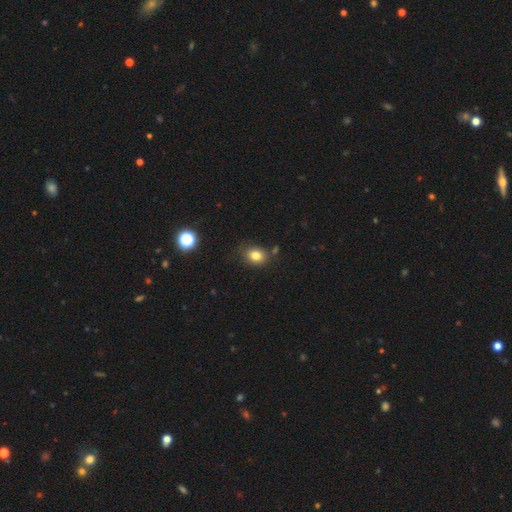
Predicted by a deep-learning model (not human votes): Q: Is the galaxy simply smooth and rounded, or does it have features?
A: smooth — 80%.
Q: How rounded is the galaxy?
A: round — 51%.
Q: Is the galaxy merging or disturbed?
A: none — 74%.